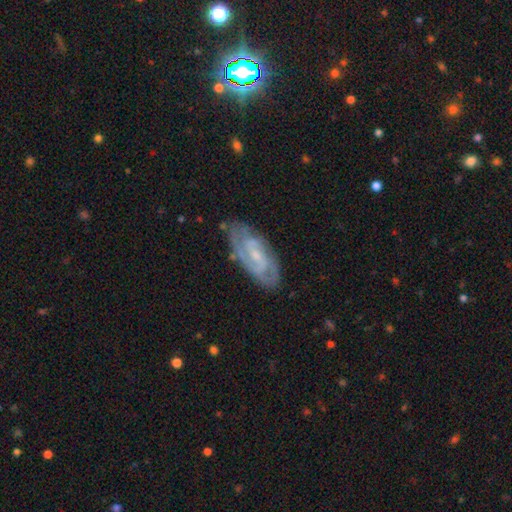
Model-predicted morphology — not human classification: featured or disk 78%, smooth 16%, star or artifact 6%. Down the decision tree: edge-on disk — no (92%); bar — weak (49%); spiral arms — yes (90%); spiral arm count — 2 (51%); spiral winding — tight (49%); bulge size — small (63%); merging — none (74%).